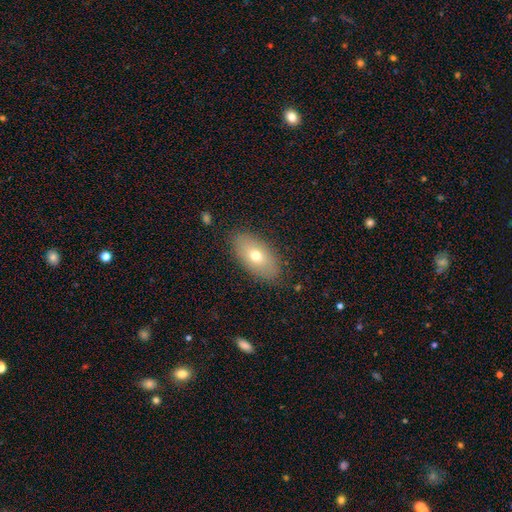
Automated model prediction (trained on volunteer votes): Smooth or featured? smooth (67%)
How rounded? in between (90%)
Merging? none (85%)